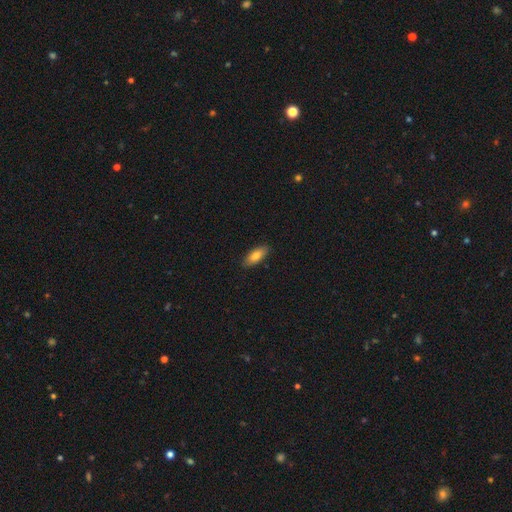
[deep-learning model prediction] A smooth galaxy with no disk features (78%) that is in between round and cigar-shaped (77%). Merging: none (87%).